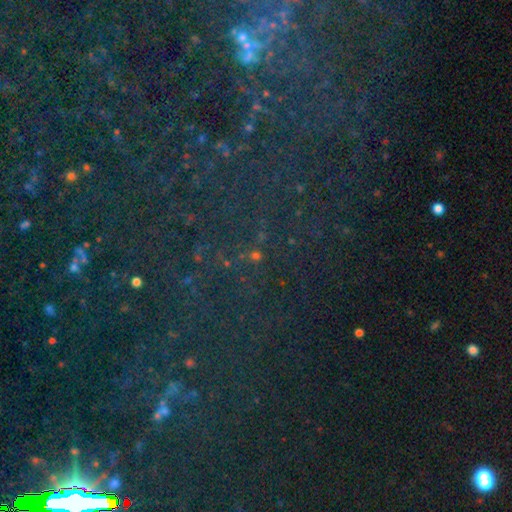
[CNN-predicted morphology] A star or artifact, not a galaxy (81%).